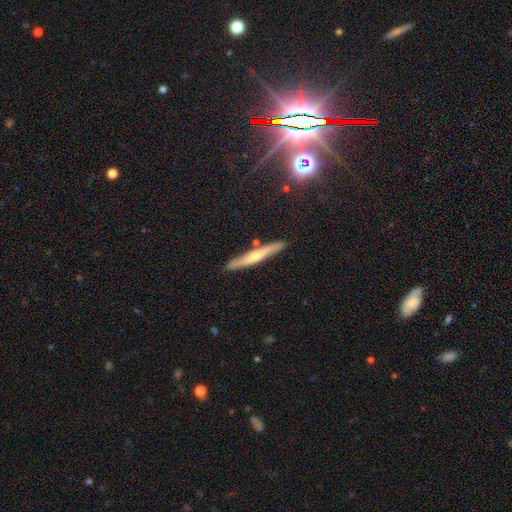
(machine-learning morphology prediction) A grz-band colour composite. It shows a featured or disk galaxy (53%) viewed edge-on (93%). Merging: none (85%).